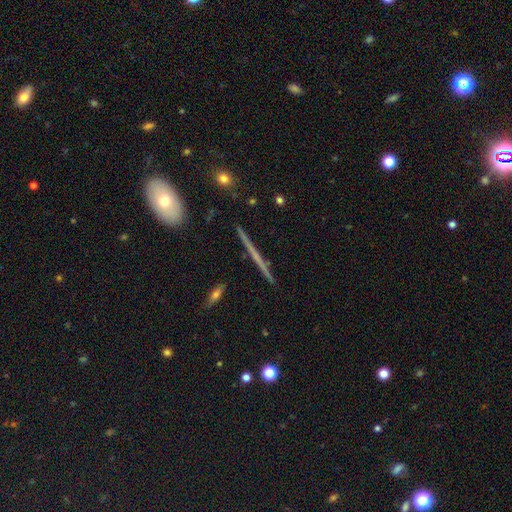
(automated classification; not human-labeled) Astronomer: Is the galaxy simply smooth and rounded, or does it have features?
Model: featured or disk — 66%.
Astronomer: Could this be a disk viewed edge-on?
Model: yes — 97%.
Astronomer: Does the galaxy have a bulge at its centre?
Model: none — 65%.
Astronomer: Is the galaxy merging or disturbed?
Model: none — 90%.